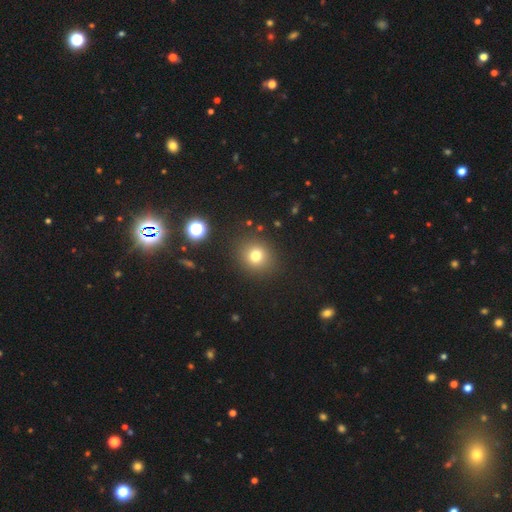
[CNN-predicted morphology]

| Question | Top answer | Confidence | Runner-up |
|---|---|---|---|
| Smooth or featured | smooth | 75% | star or artifact (17%) |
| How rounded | round | 86% | in between (14%) |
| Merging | none | 89% | minor disturbance (7%) |